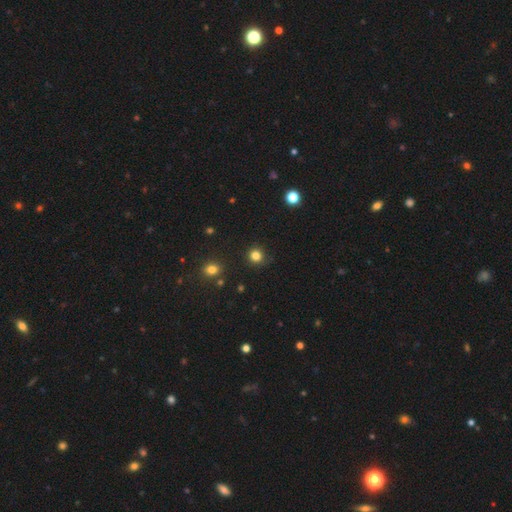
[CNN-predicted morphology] This is clearly a smooth galaxy (82%). How rounded: clearly round (93%). Merging: clearly none (88%).